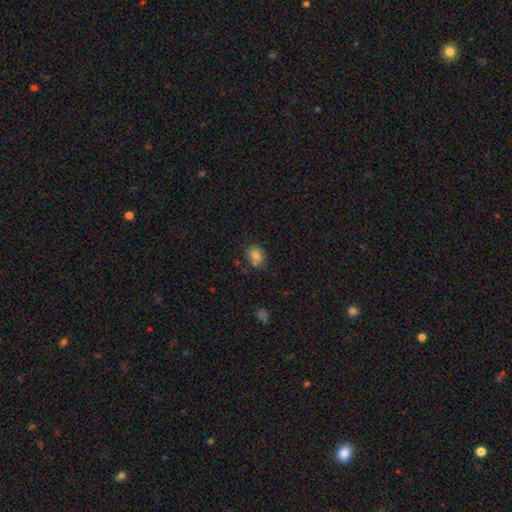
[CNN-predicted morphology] This appears to be a smooth galaxy with no disk features (71%) that is in between round and cigar-shaped (61%). Merging: none (68%).